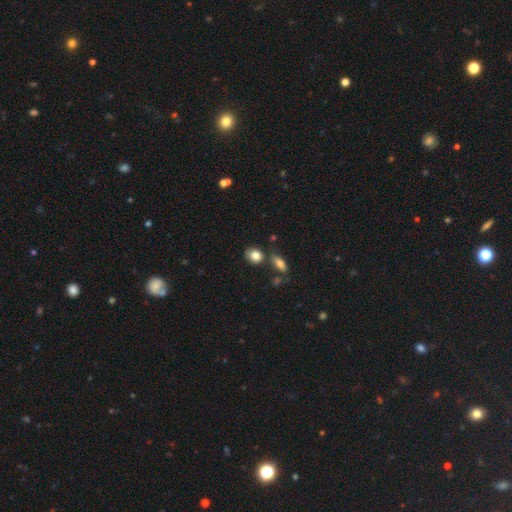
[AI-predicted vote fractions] A smooth galaxy with no disk features (83%) that is round (56%).

Vote fractions:
- Smooth or featured? smooth: 83% / star or artifact: 9% / featured or disk: 9%
- How rounded? round: 56% / in between: 42% / cigar-shaped: 2%
- Merging? none: 72% / minor disturbance: 14% / merger: 11% / major disturbance: 4%